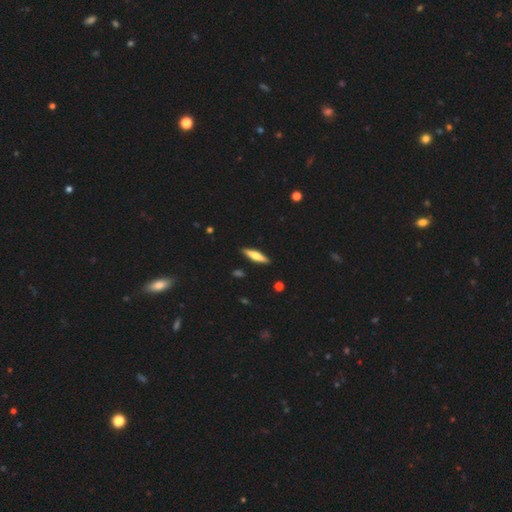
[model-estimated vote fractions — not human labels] Q: Smooth or featured?
A: smooth (56%); runner-up: featured or disk (39%)
Q: How rounded?
A: cigar-shaped (78%); runner-up: in between (20%)
Q: Merging?
A: none (90%); runner-up: minor disturbance (7%)